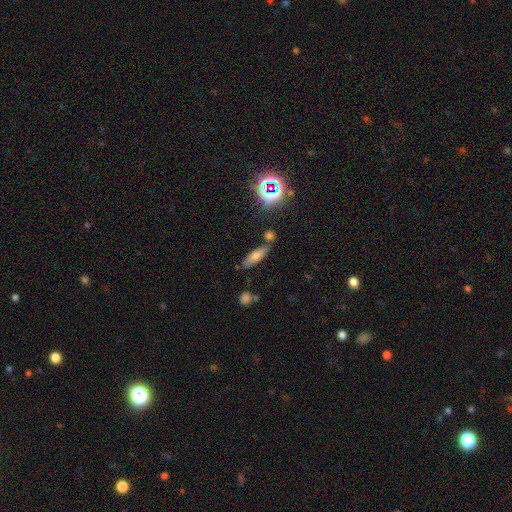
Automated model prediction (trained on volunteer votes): A smooth galaxy with no disk features (70%) that is in between round and cigar-shaped (53%).

Vote fractions:
- Smooth or featured? smooth: 70% / featured or disk: 17% / star or artifact: 13%
- How rounded? in between: 53% / cigar-shaped: 43% / round: 4%
- Merging? none: 71% / minor disturbance: 14% / merger: 11% / major disturbance: 4%